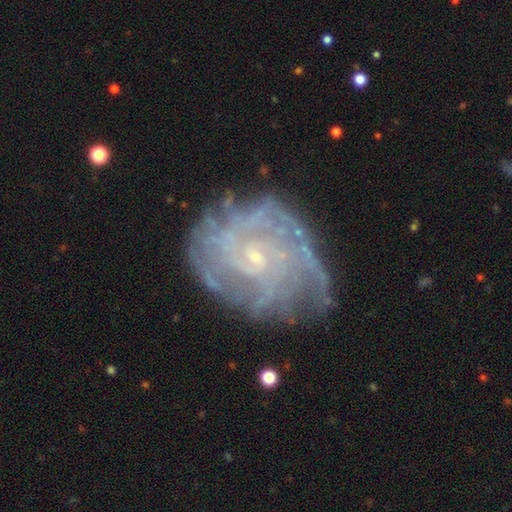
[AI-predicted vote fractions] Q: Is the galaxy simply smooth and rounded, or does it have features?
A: featured or disk — 84%.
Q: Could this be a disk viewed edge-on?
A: no — 97%.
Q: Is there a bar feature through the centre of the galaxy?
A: no — 68%.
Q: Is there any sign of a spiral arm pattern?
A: yes — 93%.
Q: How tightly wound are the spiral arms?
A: tight — 68%.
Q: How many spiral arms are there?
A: can't tell — 37%.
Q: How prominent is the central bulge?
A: small — 86%.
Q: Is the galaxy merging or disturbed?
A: none — 67%.